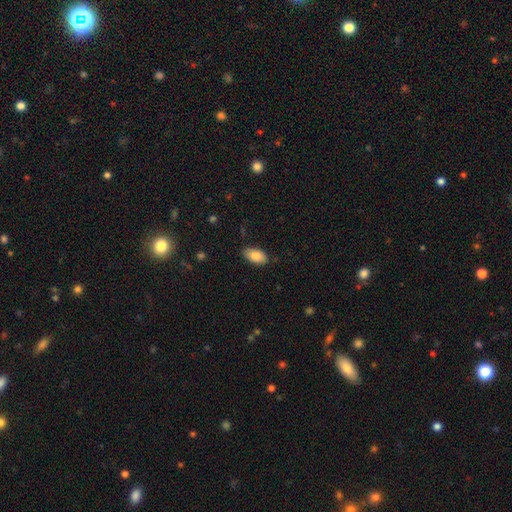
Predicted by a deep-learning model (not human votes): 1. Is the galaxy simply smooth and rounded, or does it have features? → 83% smooth, 11% featured or disk, 7% star or artifact.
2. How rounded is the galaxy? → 94% in between, 4% round, 2% cigar-shaped.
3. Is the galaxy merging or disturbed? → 83% none, 14% minor disturbance, 2% major disturbance, 1% merger.